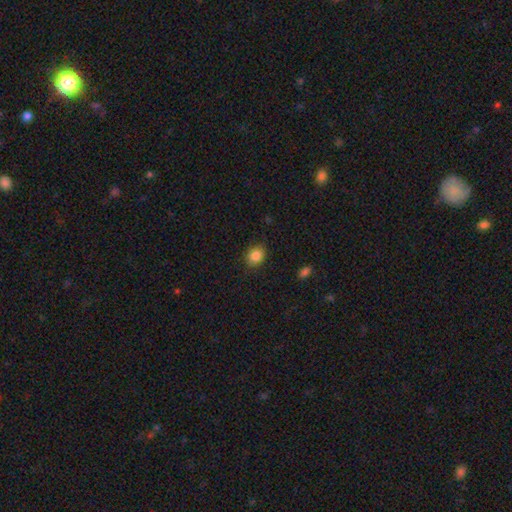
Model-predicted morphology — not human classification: Q: Smooth or featured?
A: smooth (85%); runner-up: star or artifact (10%)
Q: How rounded?
A: round (52%); runner-up: in between (47%)
Q: Merging?
A: none (84%); runner-up: minor disturbance (12%)